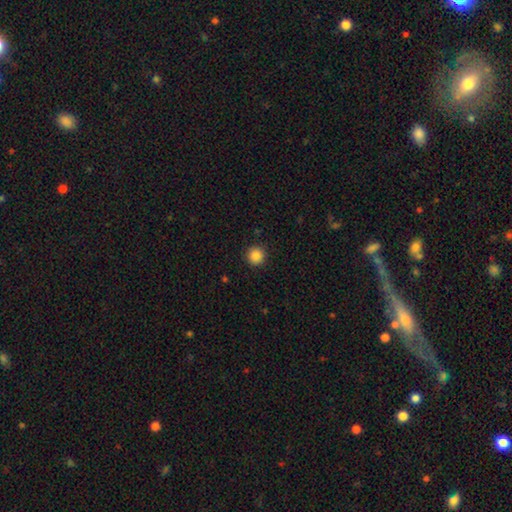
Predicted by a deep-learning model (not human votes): Smooth or featured? smooth (87%)
How rounded? round (95%)
Merging? none (92%)